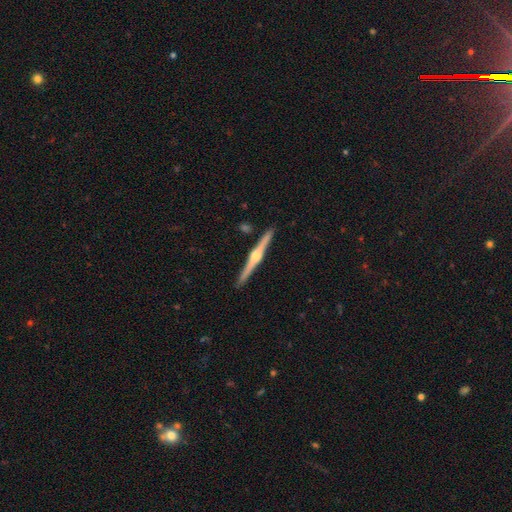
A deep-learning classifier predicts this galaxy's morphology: Smooth or featured?
  - featured or disk: 84% *
  - smooth: 11%
  - star or artifact: 5%
Edge-on disk?
  - yes: 99% *
  - no: 1%
Edge-on bulge?
  - rounded: 91% *
  - boxy: 6%
  - none: 3%
Merging?
  - none: 92% *
  - minor disturbance: 5%
  - merger: 2%
  - major disturbance: 1%